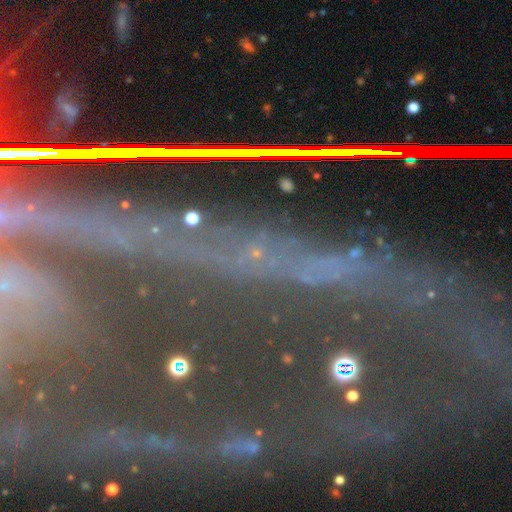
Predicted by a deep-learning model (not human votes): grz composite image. It shows a star or artifact, not a galaxy (83%).